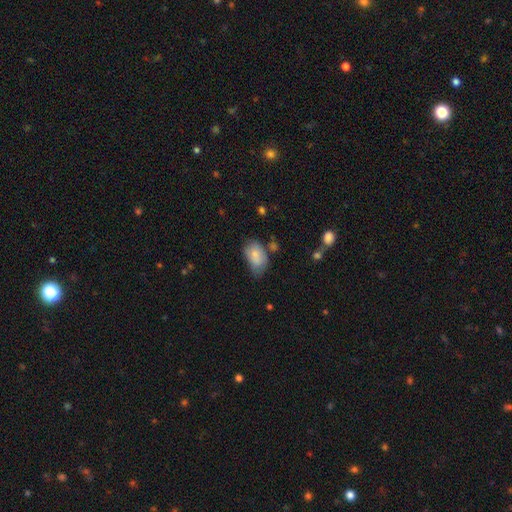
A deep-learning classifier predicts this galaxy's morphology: type=smooth (79%); roundness=in between (89%); merging=none (43%).